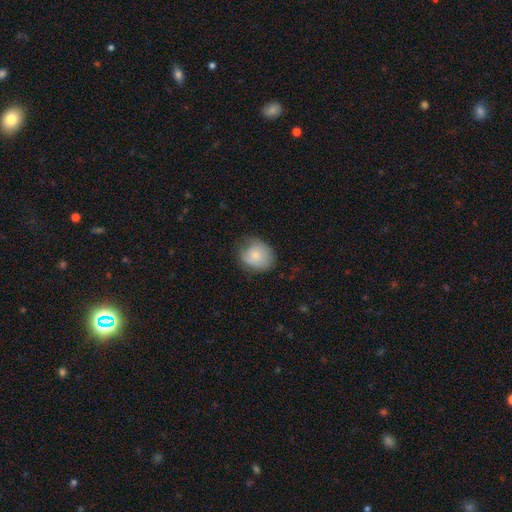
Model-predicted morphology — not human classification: A smooth galaxy with no disk features (73%) that is round (66%).

Vote fractions:
- Smooth or featured? smooth: 73% / featured or disk: 19% / star or artifact: 8%
- How rounded? round: 66% / in between: 33% / cigar-shaped: 1%
- Merging? none: 63% / minor disturbance: 27% / major disturbance: 8% / merger: 1%